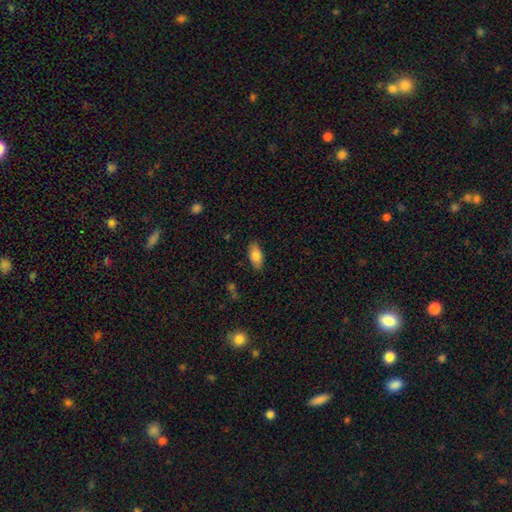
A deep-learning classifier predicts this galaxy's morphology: Smooth or featured: smooth — 82% (featured or disk — 11%)
How rounded: in between — 89% (cigar-shaped — 8%)
Merging: none — 87% (minor disturbance — 10%)